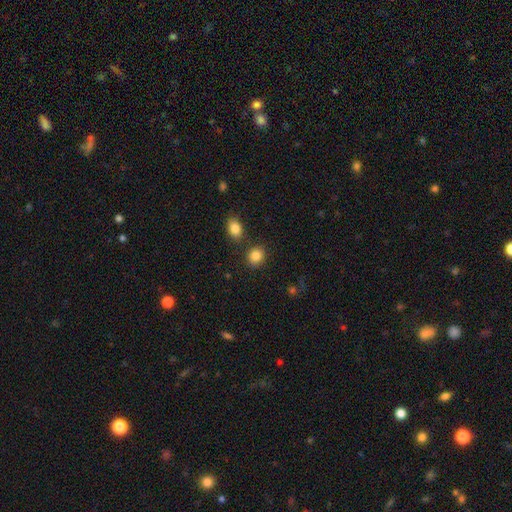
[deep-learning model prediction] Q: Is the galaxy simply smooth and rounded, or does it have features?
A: smooth — 86%.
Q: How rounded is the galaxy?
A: round — 69%.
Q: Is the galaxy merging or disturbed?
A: none — 81%.